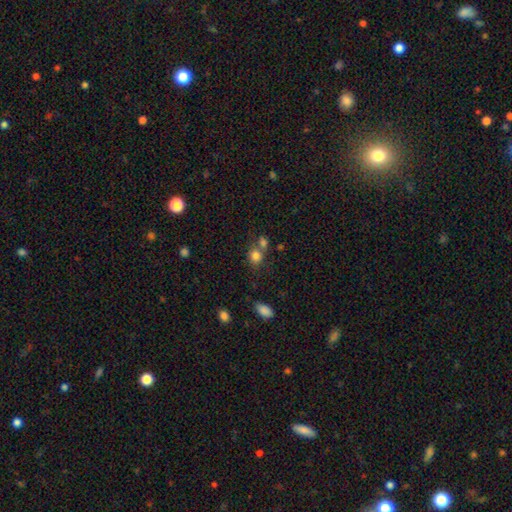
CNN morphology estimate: Smooth or featured? Predicted: smooth (p=0.81). How rounded? Predicted: round (p=0.74). Merging? Predicted: none (p=0.53).